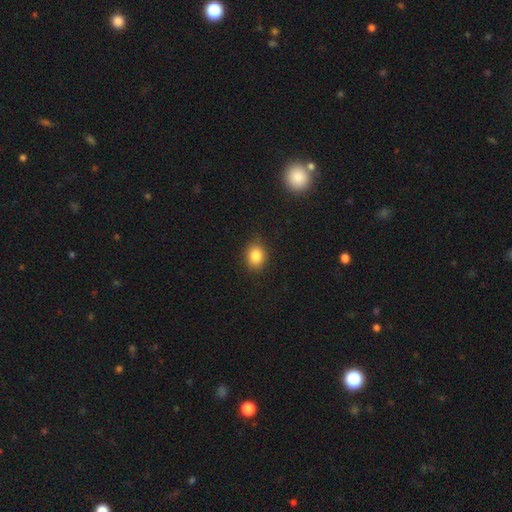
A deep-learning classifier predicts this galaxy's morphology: smooth_or_featured: smooth (p=0.85) [alt: star or artifact p=0.10]
how_rounded: in between (p=0.51) [alt: round p=0.47]
merging: none (p=0.83) [alt: minor disturbance p=0.13]